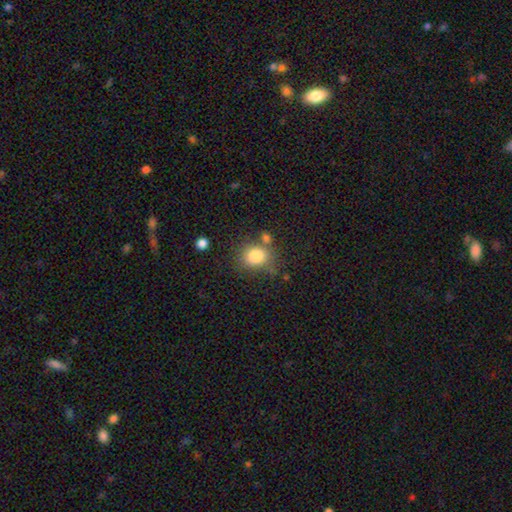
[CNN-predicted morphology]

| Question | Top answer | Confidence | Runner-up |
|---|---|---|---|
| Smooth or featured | smooth | 83% | star or artifact (10%) |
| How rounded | round | 68% | in between (32%) |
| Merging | none | 65% | minor disturbance (15%) |